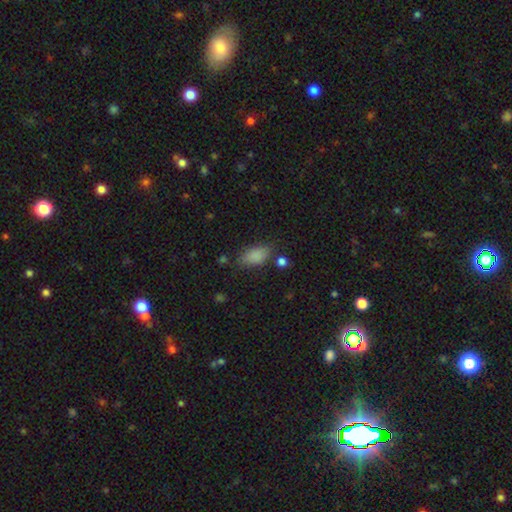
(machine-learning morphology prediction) Overall: smooth (85%). How rounded: in between (89%). Merging: none (71%).